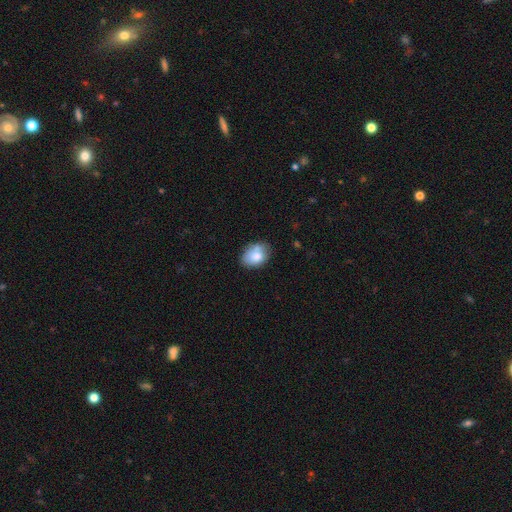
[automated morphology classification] A smooth galaxy with no disk features (78%) that is in between round and cigar-shaped (74%).

Vote fractions:
- Smooth or featured? smooth: 78% / featured or disk: 14% / star or artifact: 8%
- How rounded? in between: 74% / round: 25% / cigar-shaped: 1%
- Merging? none: 58% / minor disturbance: 26% / merger: 10% / major disturbance: 7%